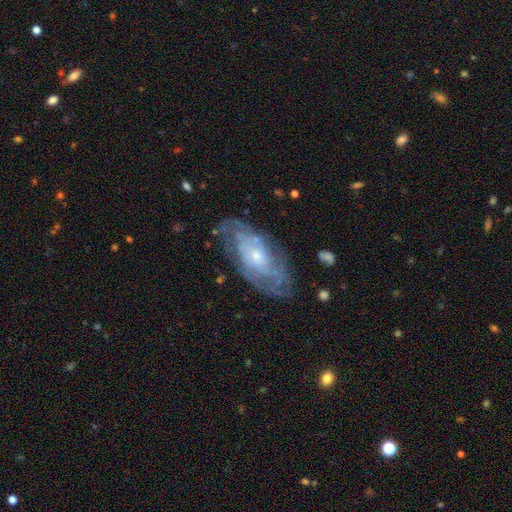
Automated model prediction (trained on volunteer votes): A featured or disk galaxy (77%) with no bar (76%), tight (52%) spiral arms (84%) and a small central bulge (66%).

Vote fractions:
- Smooth or featured? featured or disk: 77% / smooth: 16% / star or artifact: 6%
- Edge-on disk? no: 92% / yes: 8%
- Bar? no: 76% / weak: 20% / strong: 4%
- Spiral arms? yes: 84% / no: 16%
- Spiral winding? tight: 52% / medium: 34% / loose: 14%
- Spiral arm count? can't tell: 50% / 2: 23% / 3: 11% / 4: 8% / more than 4: 5% / 1: 4%
- Bulge size? small: 66% / moderate: 29% / large: 2% / none: 2% / dominant: 1%
- Merging? none: 70% / minor disturbance: 19% / major disturbance: 9% / merger: 2%